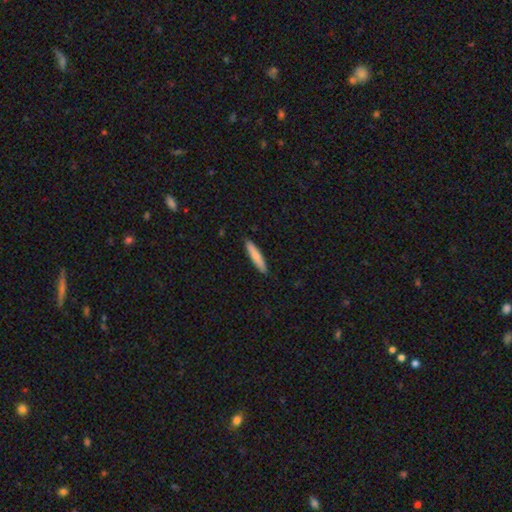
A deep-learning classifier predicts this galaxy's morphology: Q: Smooth or featured?
A: smooth (79%); runner-up: featured or disk (15%)
Q: How rounded?
A: cigar-shaped (89%); runner-up: in between (10%)
Q: Merging?
A: none (91%); runner-up: minor disturbance (7%)